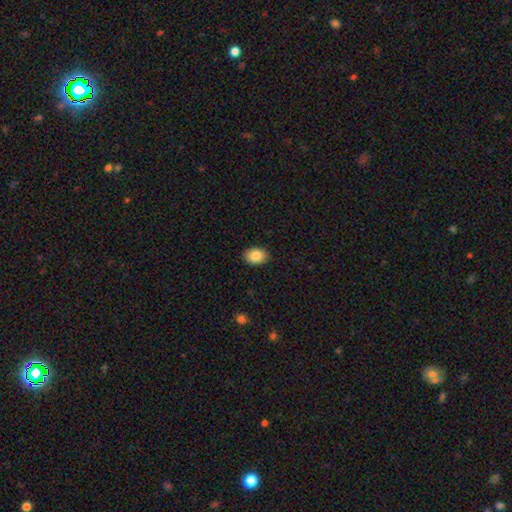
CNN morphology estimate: Overall: smooth (87%). How rounded: in between (70%). Merging: none (90%).